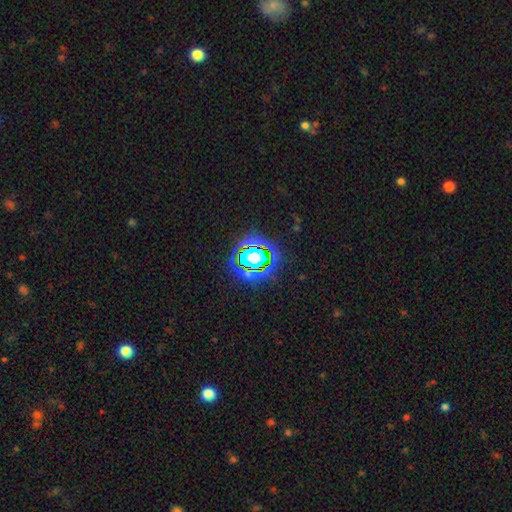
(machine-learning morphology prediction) A star or artifact, not a galaxy (78%).

Vote fractions:
- Smooth or featured? star or artifact: 78% / smooth: 14% / featured or disk: 8%